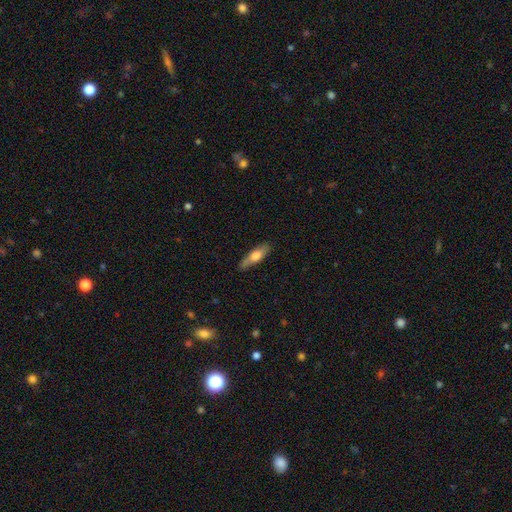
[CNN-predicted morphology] A smooth galaxy with no disk features (63%) that is cigar-shaped (55%). Merging: none (82%).